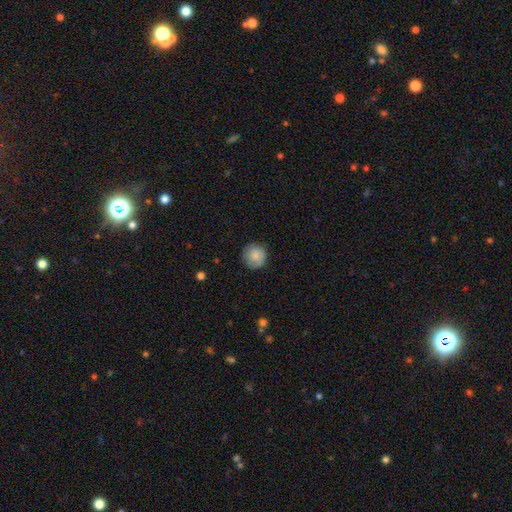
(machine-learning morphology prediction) Smooth or featured? Predicted: smooth (p=0.85). How rounded? Predicted: round (p=0.94). Merging? Predicted: none (p=0.84).